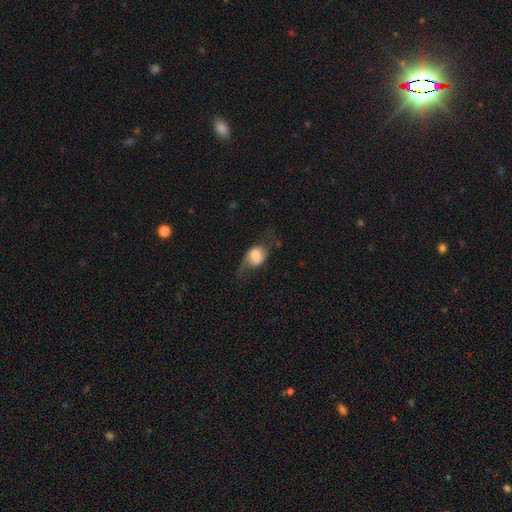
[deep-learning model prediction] smooth_or_featured: smooth (p=0.50) [alt: featured or disk p=0.41]
how_rounded: round (p=0.49) [tied with: in between p=0.49]
merging: none (p=0.45) [alt: major disturbance p=0.27]